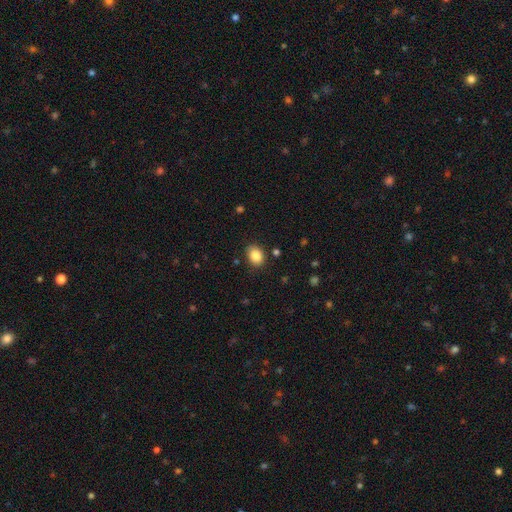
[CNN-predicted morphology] Q: Smooth or featured?
A: smooth (87%); runner-up: star or artifact (9%)
Q: How rounded?
A: in between (62%); runner-up: round (37%)
Q: Merging?
A: none (84%); runner-up: minor disturbance (12%)